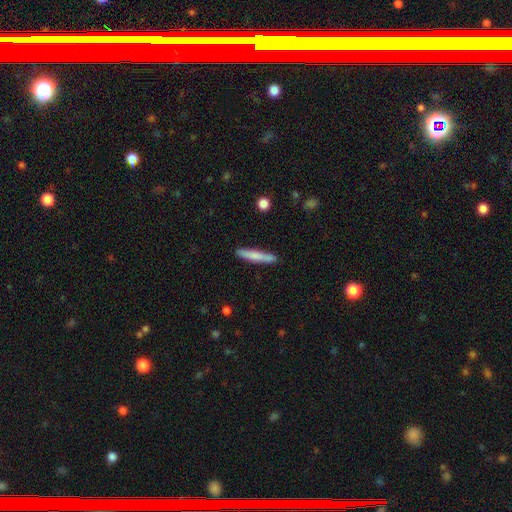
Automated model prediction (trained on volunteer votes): This is likely a smooth galaxy (71%). How rounded: clearly cigar-shaped (92%). Merging: clearly none (84%).